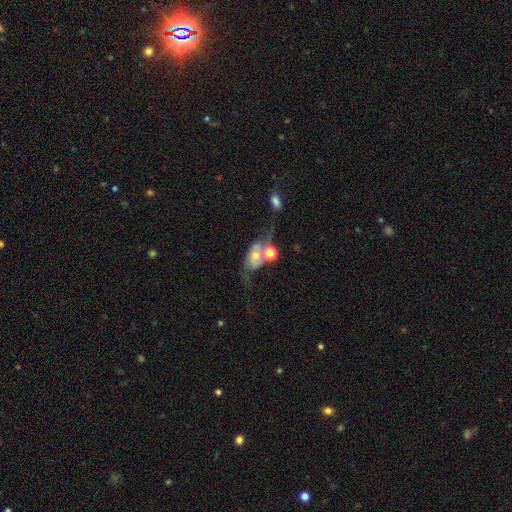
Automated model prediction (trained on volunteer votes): featured or disk 56%, smooth 34%, star or artifact 10%. Down the decision tree: edge-on disk — no (92%); bar — no (72%); spiral arms — yes (71%); bulge size — moderate (46%); merging — merger (33%).